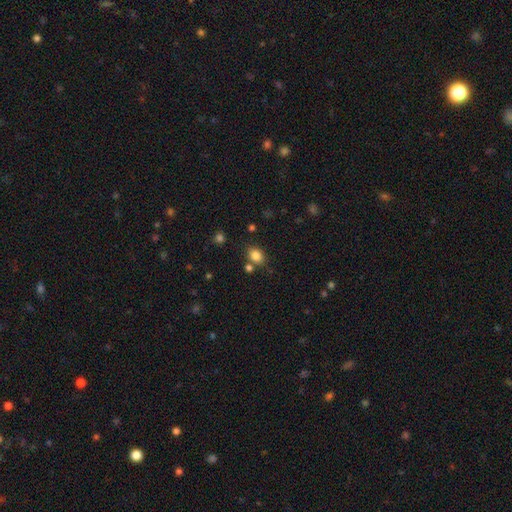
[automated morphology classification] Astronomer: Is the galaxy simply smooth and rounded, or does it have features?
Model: smooth — 83%.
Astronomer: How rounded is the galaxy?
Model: in between — 59% (runner-up: round, 40%).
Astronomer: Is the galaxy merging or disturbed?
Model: none — 74%.